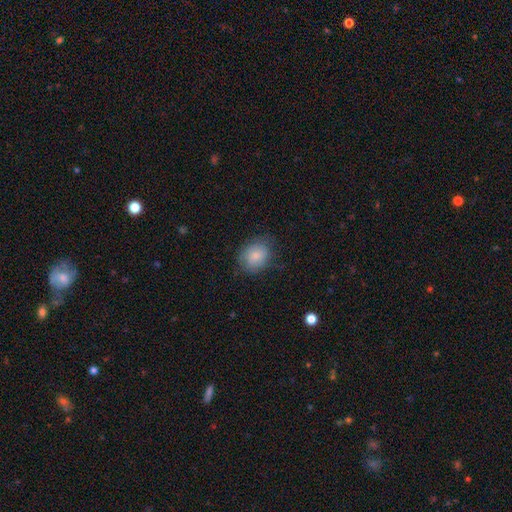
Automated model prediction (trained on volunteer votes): Smooth or featured? smooth (82%)
How rounded? in between (55%)
Merging? none (73%)